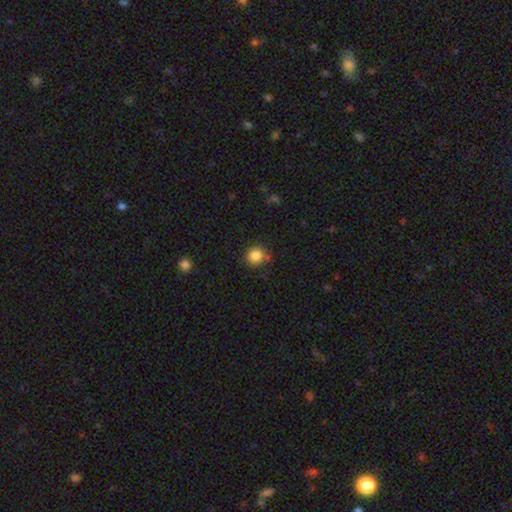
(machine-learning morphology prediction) The model was most divided on "merging": none: 80%, minor disturbance: 12%, merger: 5%, major disturbance: 3%. More confident: how rounded — round (88%); smooth or featured — smooth (84%).